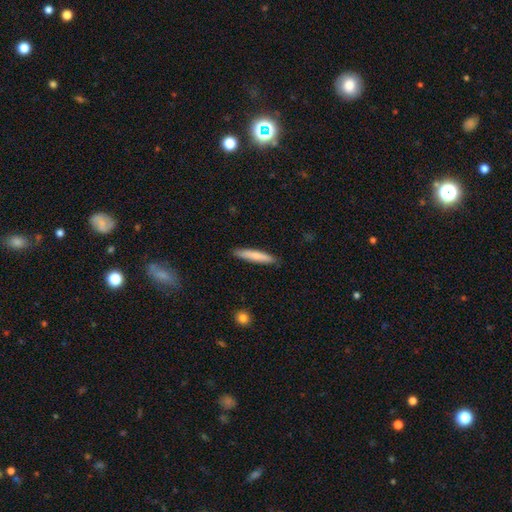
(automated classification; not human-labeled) Smooth or featured?
  - smooth: 77% *
  - featured or disk: 18%
  - star or artifact: 5%
How rounded?
  - cigar-shaped: 91% *
  - in between: 8%
  - round: 1%
Merging?
  - none: 90% *
  - minor disturbance: 8%
  - major disturbance: 2%
  - merger: 1%